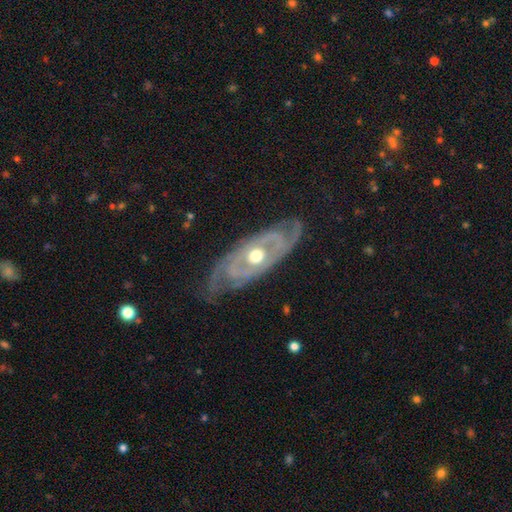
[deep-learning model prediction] The model was most divided on "spiral arm count": 2: 37%, can't tell: 36%, 3: 11%, 1: 6%, 4: 5%, more than 4: 5%. More confident: edge-on disk — no (88%); smooth or featured — featured or disk (85%); bar — no (83%); spiral arms — yes (80%); bulge size — moderate (77%); merging — none (75%); spiral winding — tight (66%).